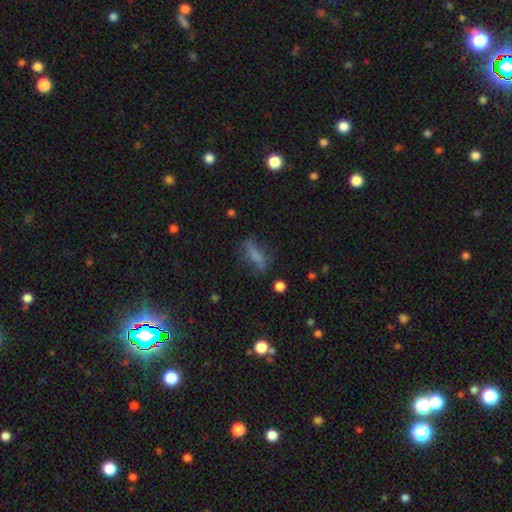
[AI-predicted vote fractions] Overall: smooth (62%; featured or disk 25%). How rounded: cigar-shaped (56%; in between 40%). Merging: none (61%; minor disturbance 22%).